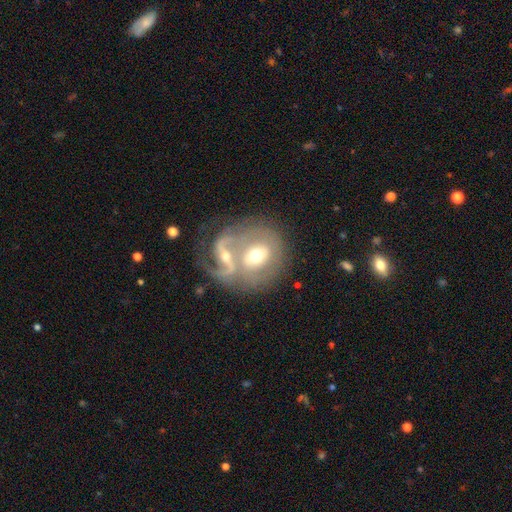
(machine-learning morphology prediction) featured or disk 65%, smooth 28%, star or artifact 7%. Down the decision tree: edge-on disk — no (96%); bar — weak (37%); spiral arms — yes (74%); bulge size — moderate (67%); merging — merger (57%).